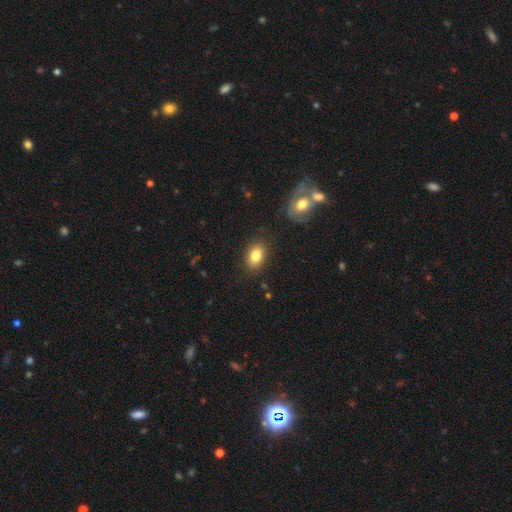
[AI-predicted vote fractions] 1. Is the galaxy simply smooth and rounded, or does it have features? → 82% smooth, 9% featured or disk, 9% star or artifact.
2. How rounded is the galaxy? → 84% in between, 14% round, 2% cigar-shaped.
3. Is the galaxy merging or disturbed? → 85% none, 10% minor disturbance, 3% major disturbance, 2% merger.